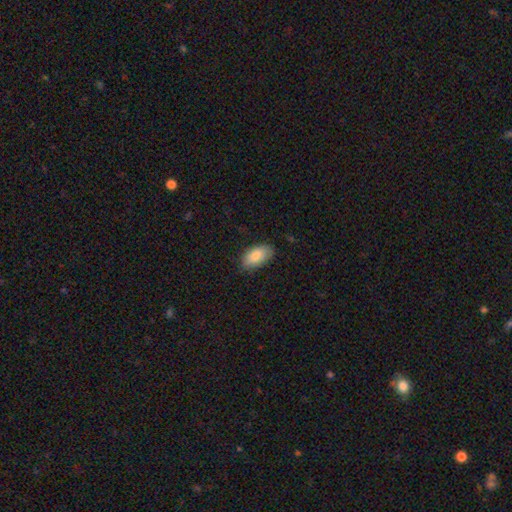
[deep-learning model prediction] Smooth or featured? smooth (83%)
How rounded? in between (93%)
Merging? none (80%)